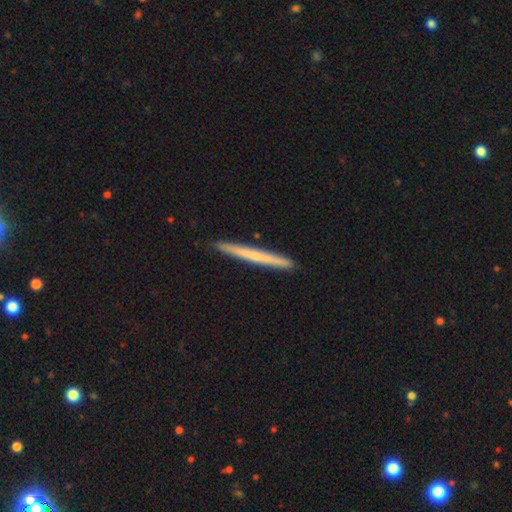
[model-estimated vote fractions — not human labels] A smooth galaxy with no disk features (54%) that is cigar-shaped (97%). Merging: none (92%).